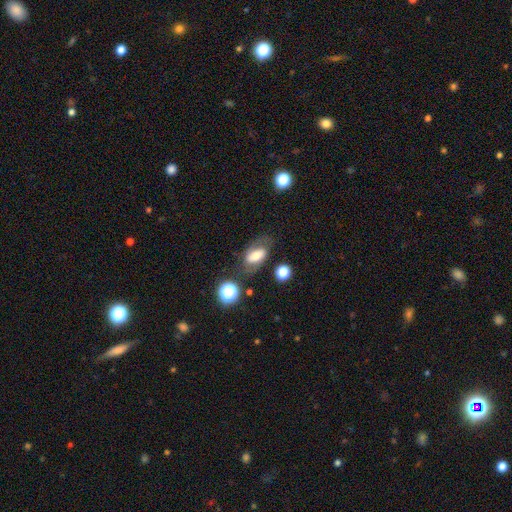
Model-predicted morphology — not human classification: Smooth or featured?
  - smooth: 46% *
  - featured or disk: 43%
  - star or artifact: 12%
Merging?
  - none: 65% *
  - minor disturbance: 19%
  - major disturbance: 11%
  - merger: 4%